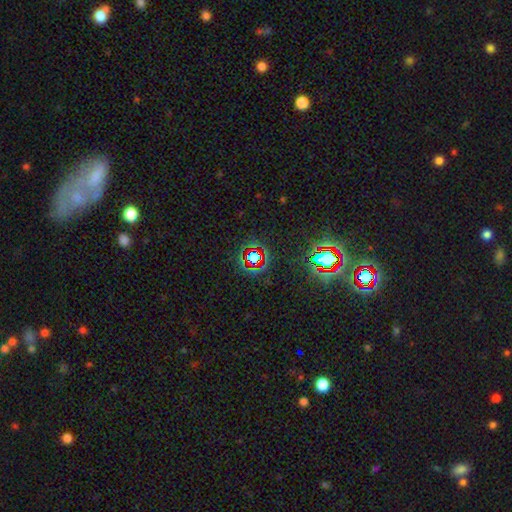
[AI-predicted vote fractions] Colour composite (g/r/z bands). It shows a star or artifact, not a galaxy (72%).